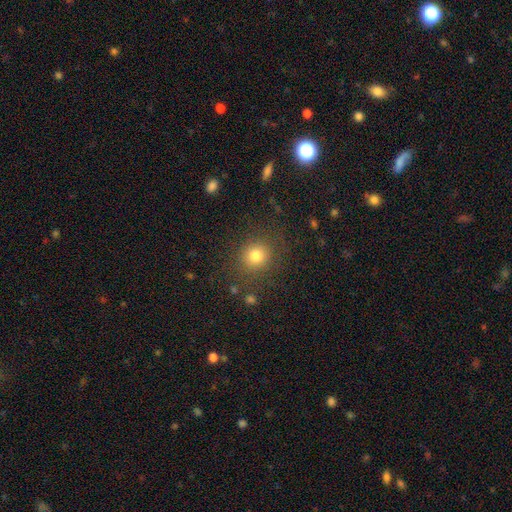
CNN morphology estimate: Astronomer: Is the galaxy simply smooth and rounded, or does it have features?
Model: smooth — 79%.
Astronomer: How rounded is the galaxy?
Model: round — 87%.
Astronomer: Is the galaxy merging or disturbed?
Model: none — 85%.